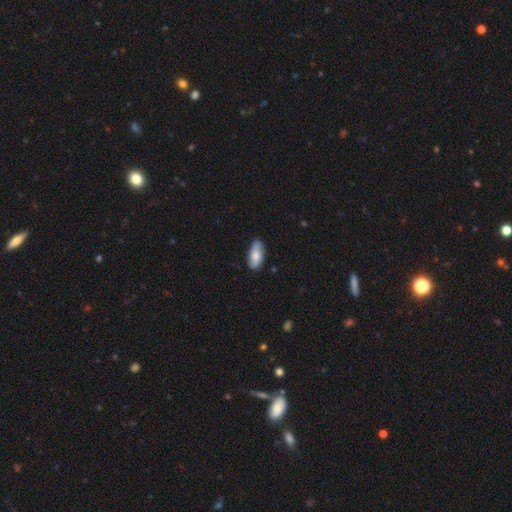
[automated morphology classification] type=smooth (79%); roundness=in between (89%); merging=none (74%).